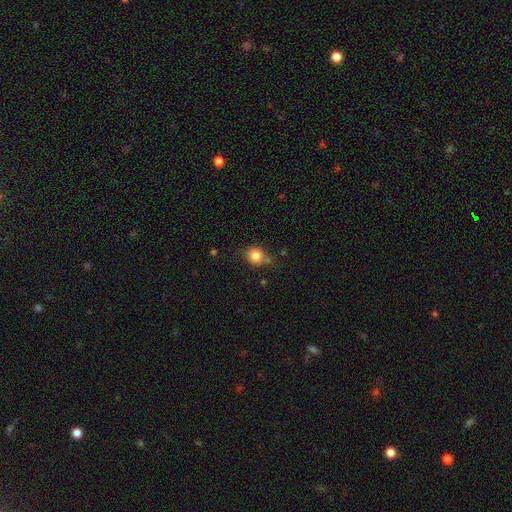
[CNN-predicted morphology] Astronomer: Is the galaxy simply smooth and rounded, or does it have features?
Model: smooth — 82%.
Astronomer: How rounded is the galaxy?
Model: round — 79%.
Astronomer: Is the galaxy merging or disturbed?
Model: none — 70%.